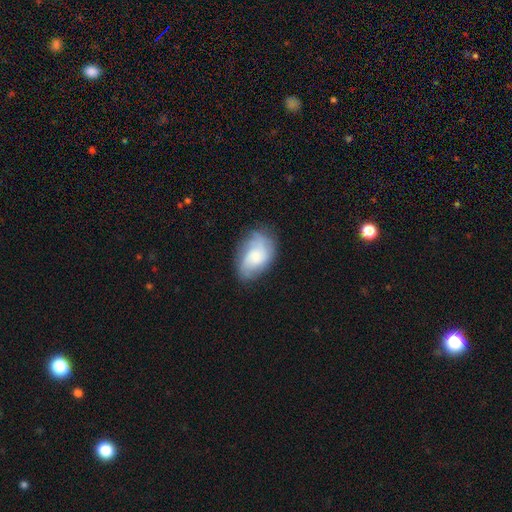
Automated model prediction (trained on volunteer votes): This is possibly a featured or disk galaxy (48%). Merging: likely none (63%).